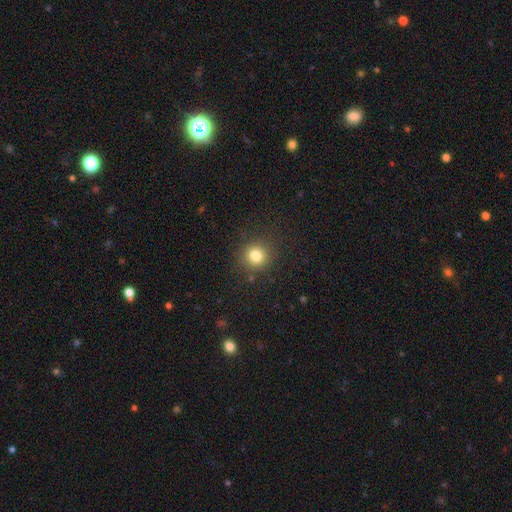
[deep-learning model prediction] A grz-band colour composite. It shows a smooth galaxy with no disk features (80%) that is round (90%). Merging: none (87%).